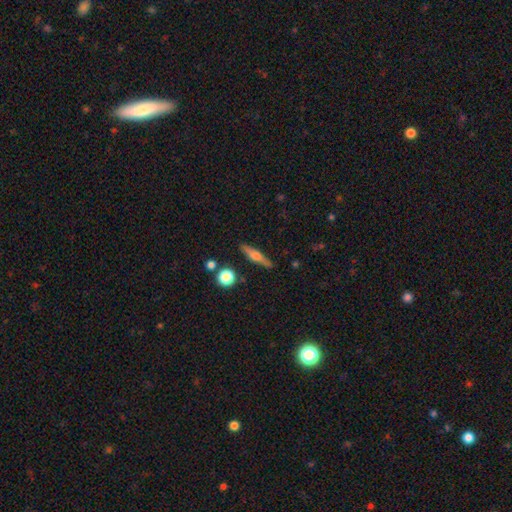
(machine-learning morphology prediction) This appears to be a featured or disk galaxy (54%) viewed edge-on (94%) with a rounded central bulge (88%). Merging: none (86%).